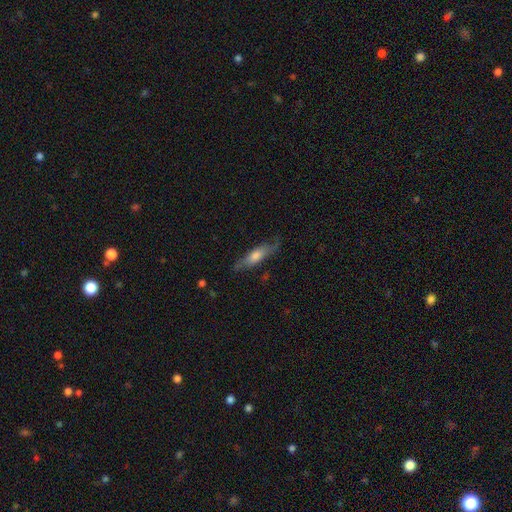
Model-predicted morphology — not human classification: featured or disk 48%, smooth 45%, star or artifact 7%. Down the decision tree: merging — none (73%).